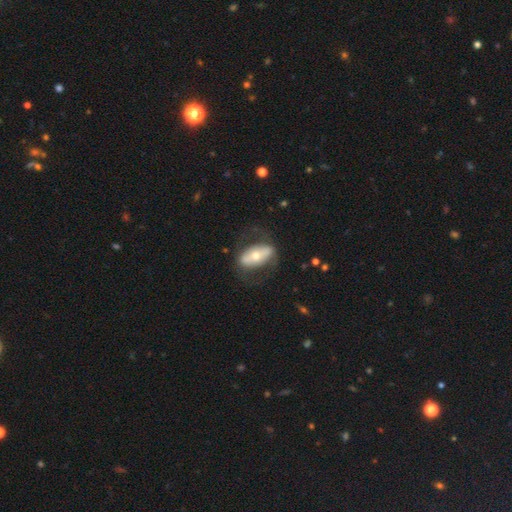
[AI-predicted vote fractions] Smooth or featured: featured or disk — 52% (smooth — 42%)
Edge-on disk: no — 82% (yes — 18%)
Merging: none — 67% (minor disturbance — 17%)